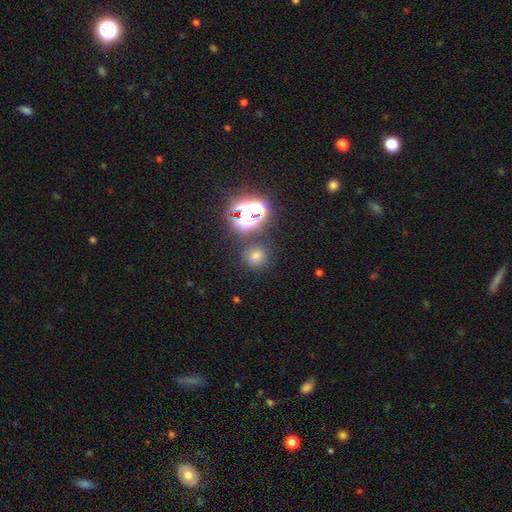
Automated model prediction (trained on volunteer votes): This is possibly a smooth galaxy (56%). How rounded: clearly round (87%). Merging: likely none (79%).